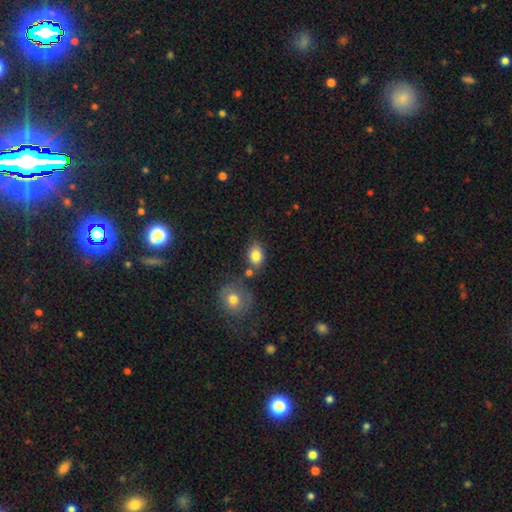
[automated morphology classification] A smooth galaxy with no disk features (82%) that is in between round and cigar-shaped (71%). Merging: none (68%).